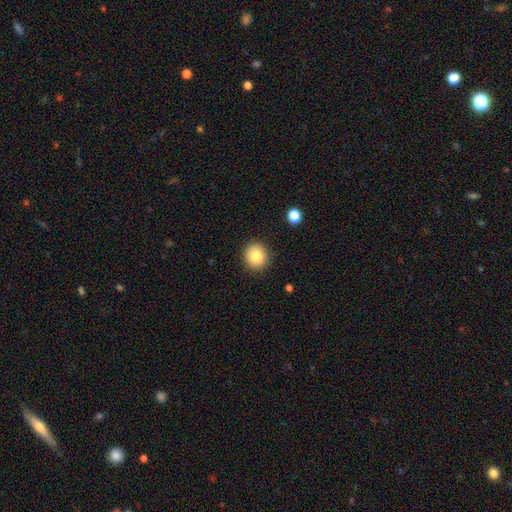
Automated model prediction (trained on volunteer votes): smooth-or-featured: smooth: 84% | star or artifact: 9% | featured or disk: 7%
  how-rounded: round: 88% | in between: 11% | cigar-shaped: 1%
  merging: none: 90% | minor disturbance: 7% | major disturbance: 2% | merger: 1%